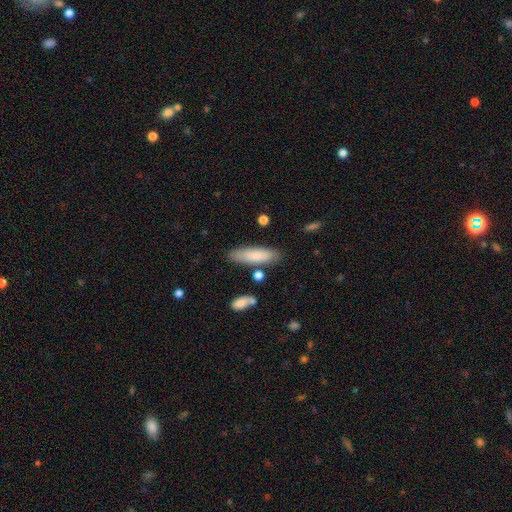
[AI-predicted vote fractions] smooth-or-featured: smooth: 82% | featured or disk: 12% | star or artifact: 6%
  how-rounded: cigar-shaped: 57% | in between: 42% | round: 2%
  merging: none: 81% | minor disturbance: 12% | merger: 4% | major disturbance: 3%